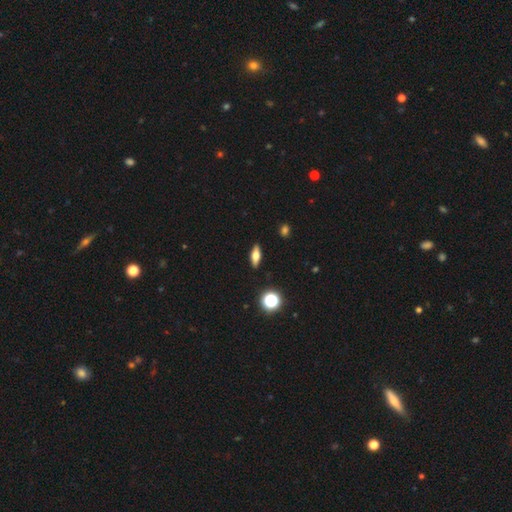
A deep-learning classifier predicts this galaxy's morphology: Smooth or featured?
  - smooth: 56% *
  - featured or disk: 33%
  - star or artifact: 10%
How rounded?
  - in between: 58% *
  - cigar-shaped: 35%
  - round: 6%
Merging?
  - none: 89% *
  - minor disturbance: 8%
  - major disturbance: 2%
  - merger: 1%